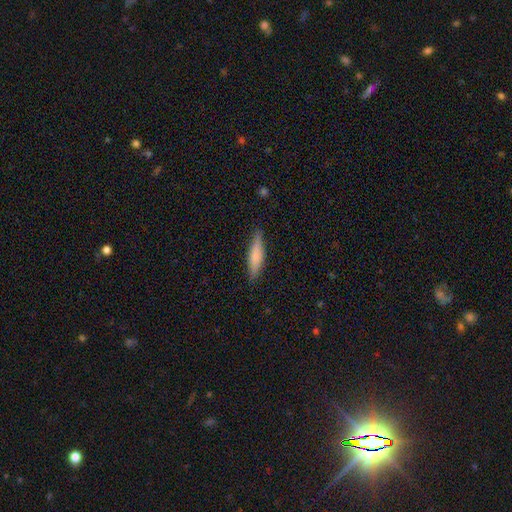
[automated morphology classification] smooth 71%, featured or disk 24%, star or artifact 6%. Down the decision tree: how rounded — cigar-shaped (76%); merging — none (86%).